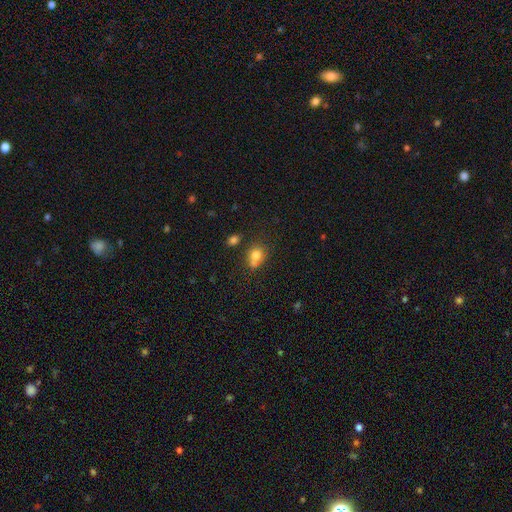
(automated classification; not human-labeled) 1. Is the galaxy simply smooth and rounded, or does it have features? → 76% smooth, 13% featured or disk, 12% star or artifact.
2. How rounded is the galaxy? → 65% round, 34% in between, 1% cigar-shaped.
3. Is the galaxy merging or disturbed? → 45% none, 30% merger, 18% minor disturbance, 7% major disturbance.